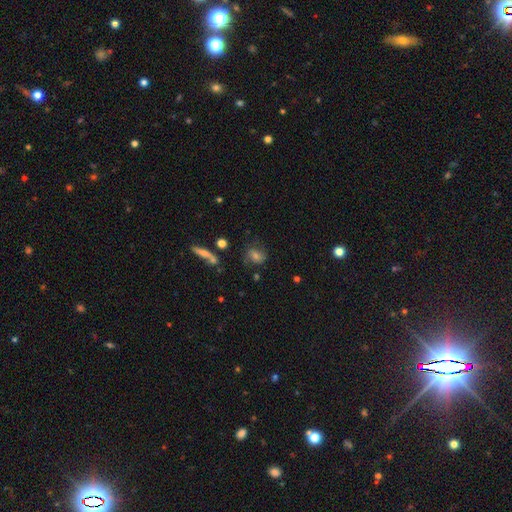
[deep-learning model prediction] smooth-or-featured: smooth: 42% | featured or disk: 41% | star or artifact: 17%
  merging: none: 66% | minor disturbance: 19% | major disturbance: 11% | merger: 4%